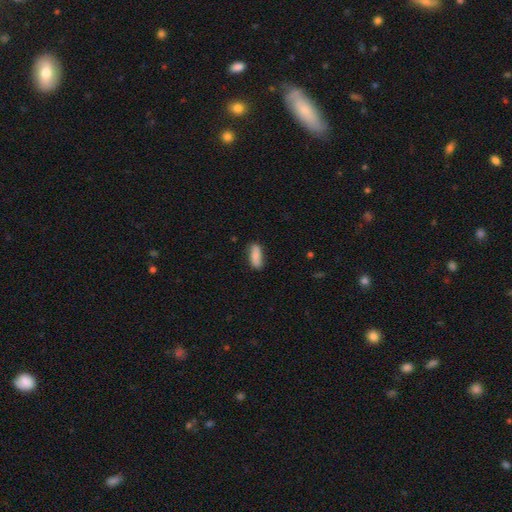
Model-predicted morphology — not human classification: Q: Smooth or featured?
A: smooth (82%); runner-up: featured or disk (12%)
Q: How rounded?
A: in between (64%); runner-up: cigar-shaped (34%)
Q: Merging?
A: none (81%); runner-up: minor disturbance (15%)